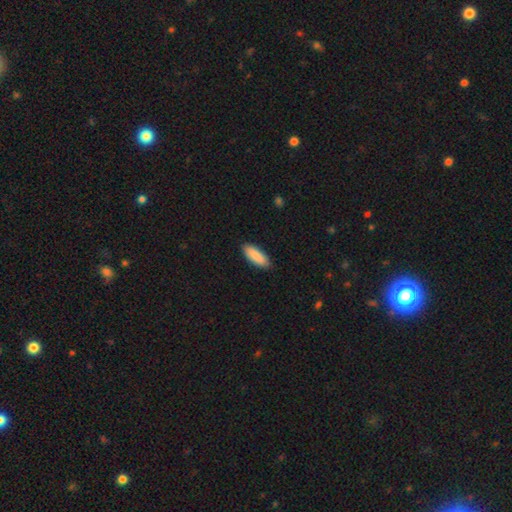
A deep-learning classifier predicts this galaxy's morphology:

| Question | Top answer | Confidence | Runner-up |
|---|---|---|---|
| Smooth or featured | smooth | 90% | star or artifact (5%) |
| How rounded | in between | 66% | cigar-shaped (32%) |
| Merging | none | 89% | minor disturbance (9%) |